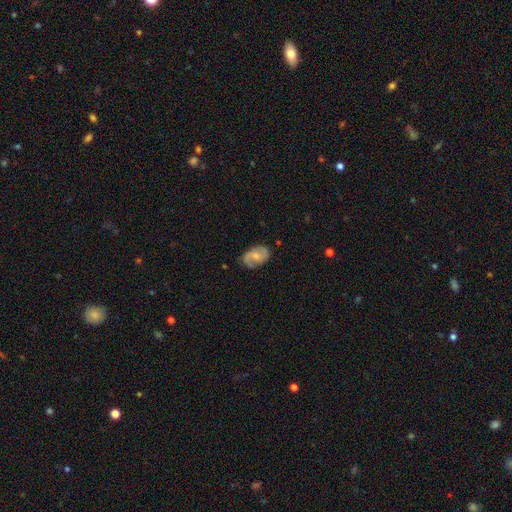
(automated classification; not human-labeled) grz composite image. It shows a featured or disk galaxy (71%) with no bar (48%), 2 (87%) medium (49%) spiral arms (93%) and a small central bulge (46%). Merging: none (77%).